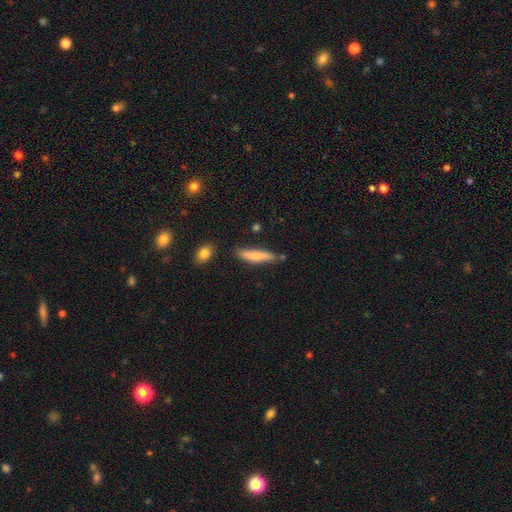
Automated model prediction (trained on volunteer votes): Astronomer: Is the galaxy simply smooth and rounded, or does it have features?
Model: smooth — 72%.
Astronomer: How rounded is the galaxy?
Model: cigar-shaped — 84%.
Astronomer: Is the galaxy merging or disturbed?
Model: none — 74%.